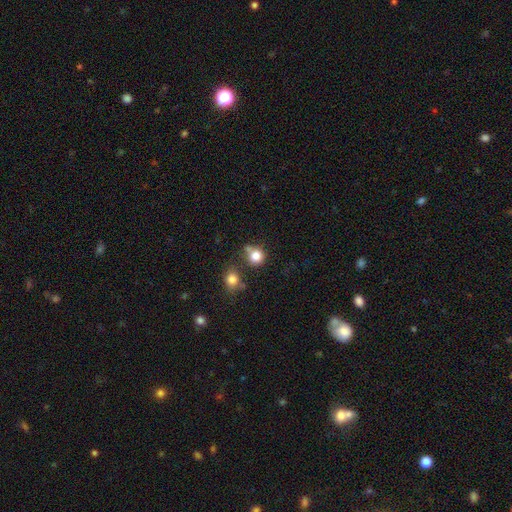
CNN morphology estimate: type=smooth (82%); roundness=round (86%); merging=none (59%).